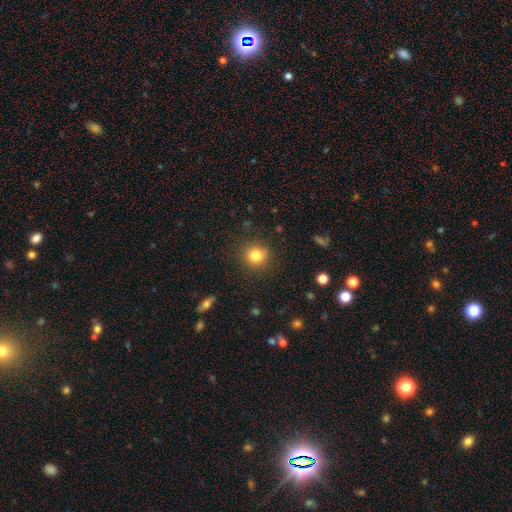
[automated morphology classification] smooth_or_featured: smooth (p=0.82) [alt: star or artifact p=0.12]
how_rounded: round (p=0.90) [alt: in between p=0.09]
merging: none (p=0.88) [alt: minor disturbance p=0.08]